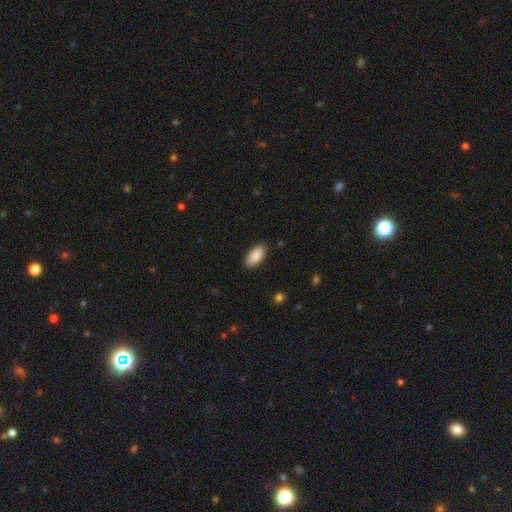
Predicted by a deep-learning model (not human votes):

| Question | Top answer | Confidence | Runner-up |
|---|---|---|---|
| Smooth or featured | smooth | 90% | star or artifact (6%) |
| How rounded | in between | 93% | cigar-shaped (5%) |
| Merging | none | 88% | minor disturbance (9%) |